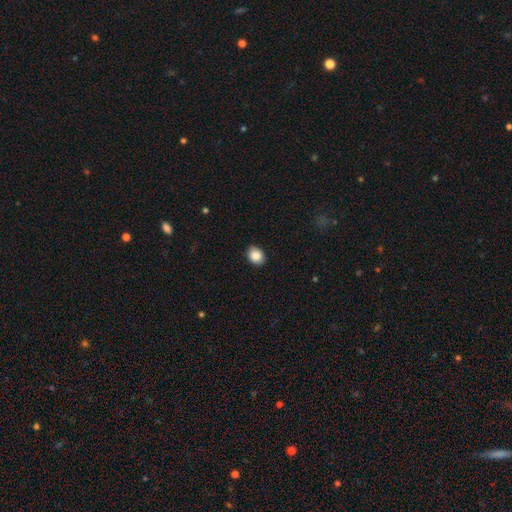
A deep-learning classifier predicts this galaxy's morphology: The model was most divided on "how rounded": in between: 57%, round: 43%, cigar-shaped: 1%. More confident: merging — none (88%); smooth or featured — smooth (87%).